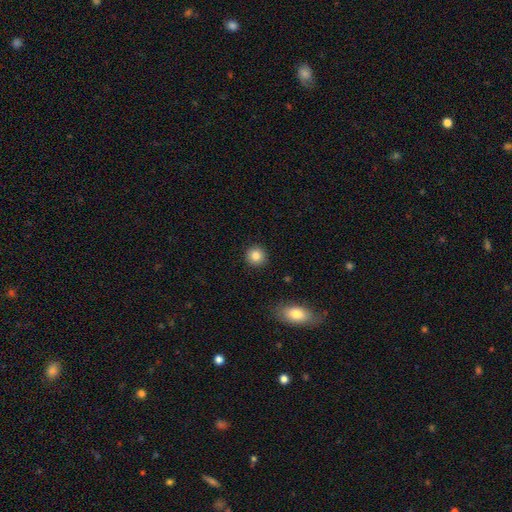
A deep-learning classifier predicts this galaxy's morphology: Q: Smooth or featured?
A: smooth (84%); runner-up: star or artifact (9%)
Q: How rounded?
A: round (93%); runner-up: in between (6%)
Q: Merging?
A: none (92%); runner-up: minor disturbance (5%)